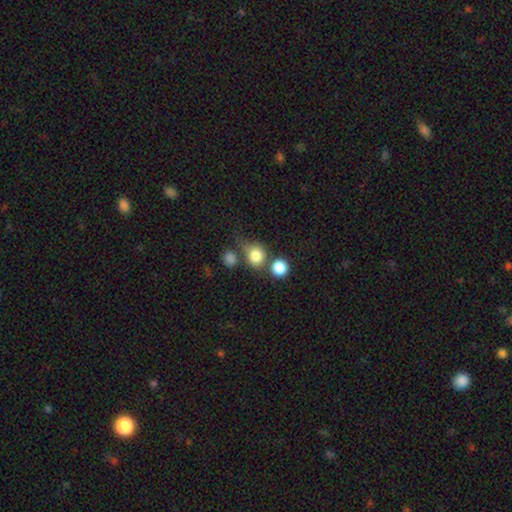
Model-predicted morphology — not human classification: smooth-or-featured: smooth: 79% | star or artifact: 12% | featured or disk: 10%
  how-rounded: round: 79% | in between: 20% | cigar-shaped: 1%
  merging: none: 48% | merger: 28% | minor disturbance: 15% | major disturbance: 9%